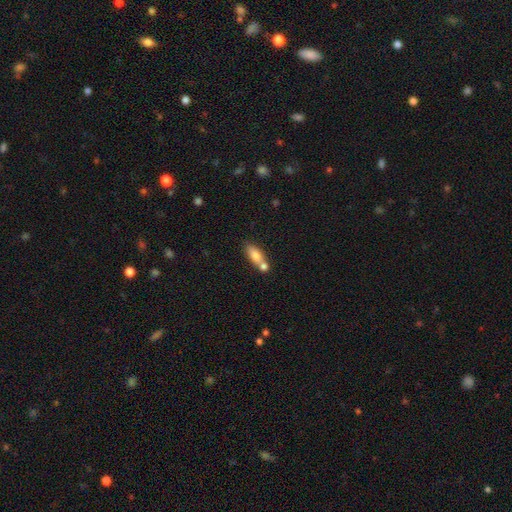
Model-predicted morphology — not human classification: smooth 76%, featured or disk 16%, star or artifact 8%. Down the decision tree: how rounded — in between (74%); merging — merger (44%).